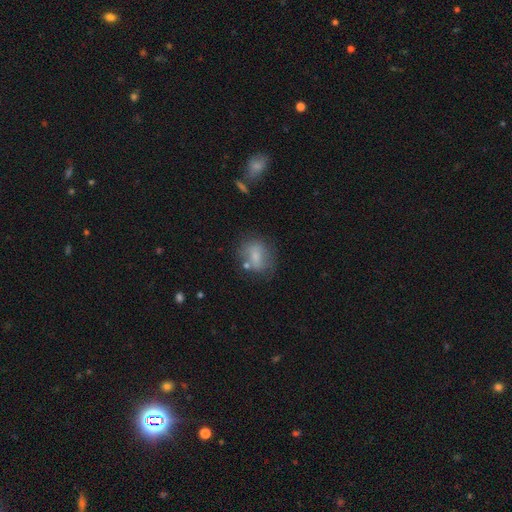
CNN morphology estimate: smooth-or-featured: smooth: 65% | featured or disk: 26% | star or artifact: 10%
  how-rounded: in between: 51% | round: 46% | cigar-shaped: 2%
  merging: none: 58% | minor disturbance: 22% | major disturbance: 10% | merger: 10%